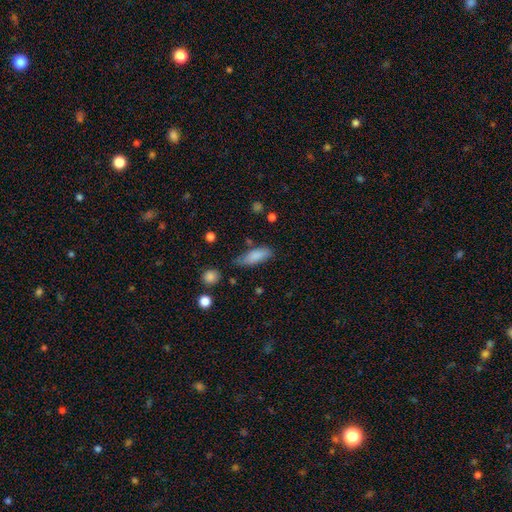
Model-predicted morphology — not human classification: Smooth or featured?
  - smooth: 84% *
  - featured or disk: 9%
  - star or artifact: 7%
How rounded?
  - in between: 71% *
  - cigar-shaped: 27%
  - round: 2%
Merging?
  - none: 64% *
  - minor disturbance: 26%
  - major disturbance: 6%
  - merger: 4%